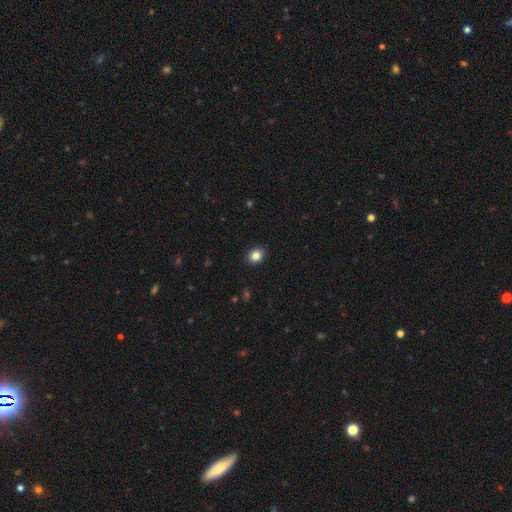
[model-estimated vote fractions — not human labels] Overall: smooth (85%). How rounded: round (62%; in between 37%). Merging: none (91%).